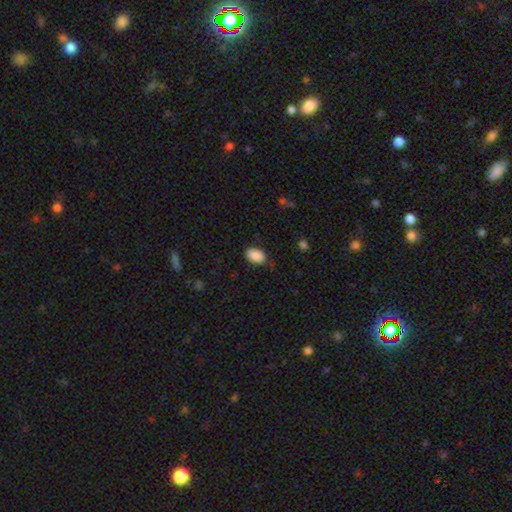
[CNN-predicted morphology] Smooth or featured?
  - smooth: 90% *
  - star or artifact: 7%
  - featured or disk: 3%
How rounded?
  - in between: 92% *
  - round: 6%
  - cigar-shaped: 1%
Merging?
  - none: 82% *
  - minor disturbance: 14%
  - major disturbance: 3%
  - merger: 1%